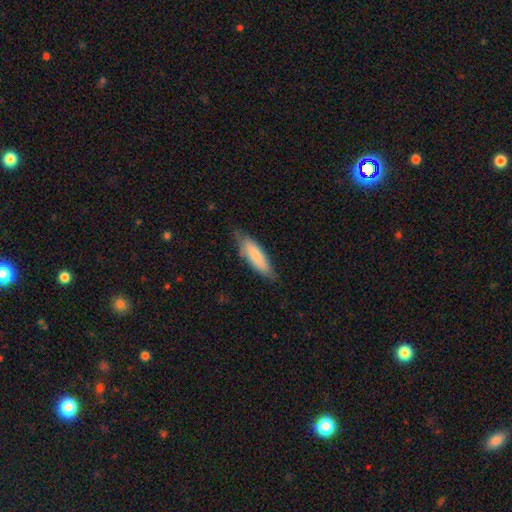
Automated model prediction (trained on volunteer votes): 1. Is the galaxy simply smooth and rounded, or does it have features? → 75% smooth, 20% featured or disk, 6% star or artifact.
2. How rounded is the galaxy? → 49% cigar-shaped (tied), 49% in between (tied), 2% round.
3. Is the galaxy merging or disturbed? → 69% none, 25% minor disturbance, 5% major disturbance, 1% merger.